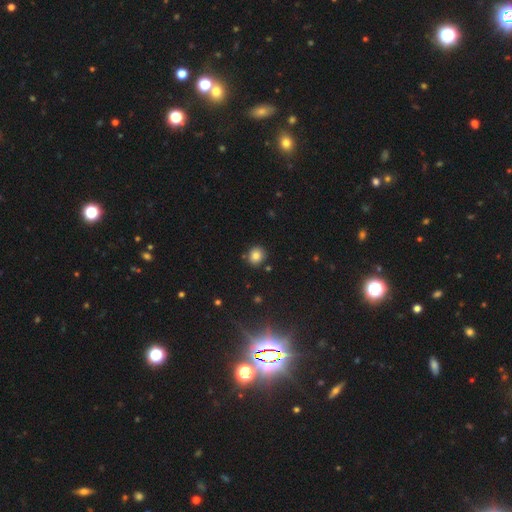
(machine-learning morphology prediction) Smooth or featured? Predicted: smooth (p=0.81). How rounded? Predicted: round (p=0.84). Merging? Predicted: none (p=0.85).